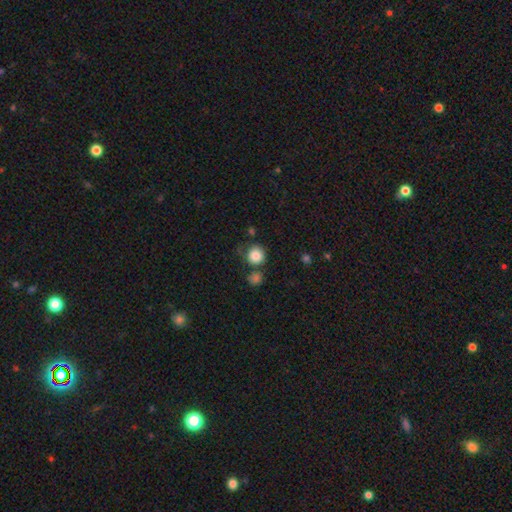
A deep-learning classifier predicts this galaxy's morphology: A smooth galaxy with no disk features (85%) that is round (90%).

Vote fractions:
- Smooth or featured? smooth: 85% / star or artifact: 9% / featured or disk: 6%
- How rounded? round: 90% / in between: 9% / cigar-shaped: 1%
- Merging? none: 63% / merger: 16% / minor disturbance: 15% / major disturbance: 6%